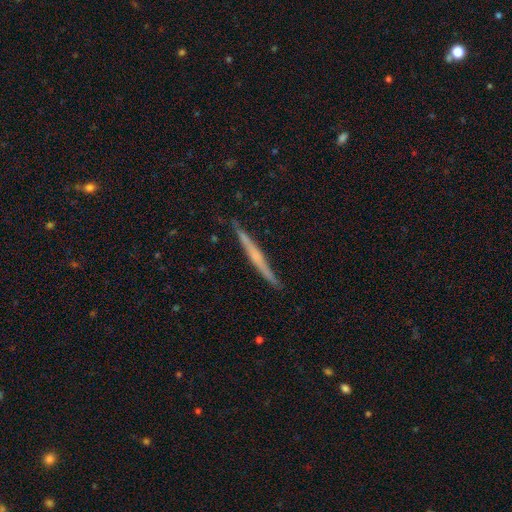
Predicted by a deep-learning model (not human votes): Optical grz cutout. It shows a featured or disk galaxy (63%) viewed edge-on (98%) with no central bulge (53%). Merging: none (88%).